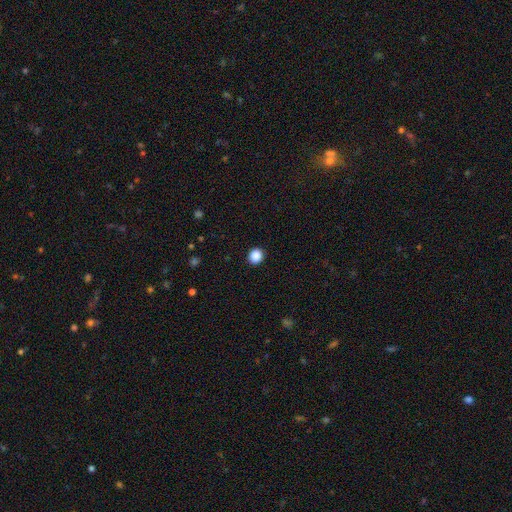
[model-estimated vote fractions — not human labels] Morphology: type=smooth (88%); roundness=round (86%); merging=none (92%).